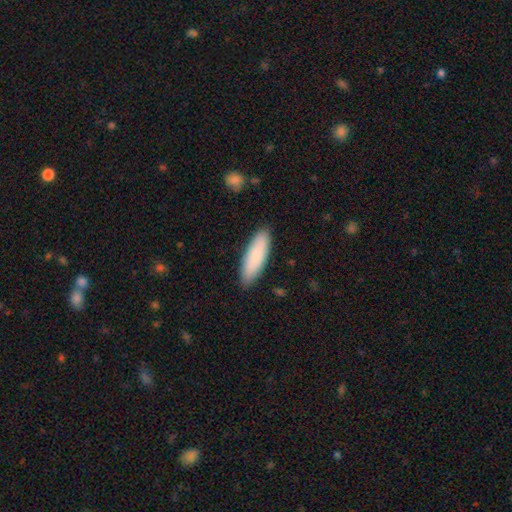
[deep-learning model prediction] Q: Smooth or featured?
A: smooth (87%); runner-up: featured or disk (8%)
Q: How rounded?
A: cigar-shaped (50%); runner-up: in between (48%)
Q: Merging?
A: none (88%); runner-up: minor disturbance (9%)